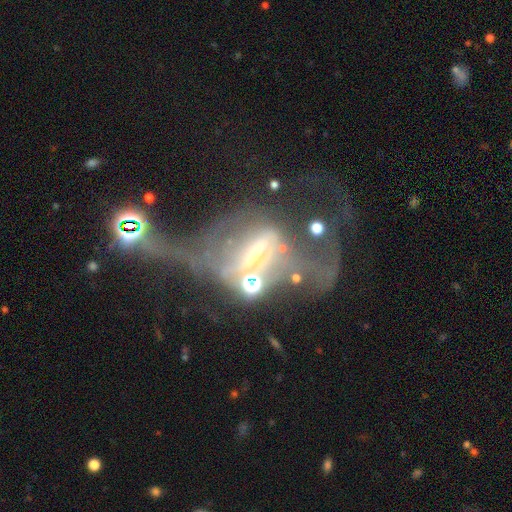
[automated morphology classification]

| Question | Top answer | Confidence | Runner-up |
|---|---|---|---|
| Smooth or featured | featured or disk | 70% | smooth (15%) |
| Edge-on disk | no | 77% | yes (23%) |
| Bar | strong | 45% | no (32%) |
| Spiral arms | no | 57% | yes (43%) |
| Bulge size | moderate | 39% | small (35%) |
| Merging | major disturbance | 42% | merger (35%) |